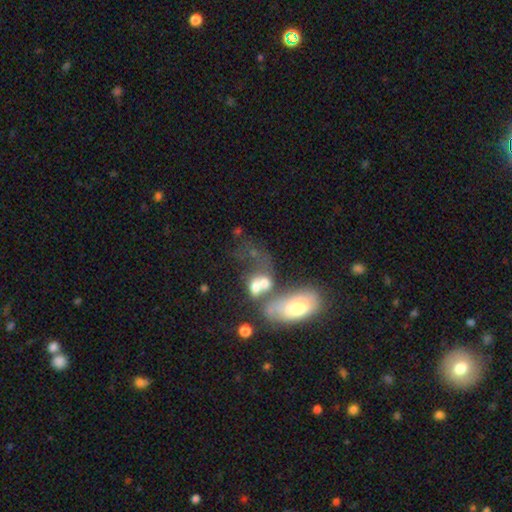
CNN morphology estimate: Smooth or featured?
  - smooth: 41% *
  - featured or disk: 40%
  - star or artifact: 19%
Merging?
  - merger: 47% *
  - none: 23%
  - major disturbance: 19%
  - minor disturbance: 12%